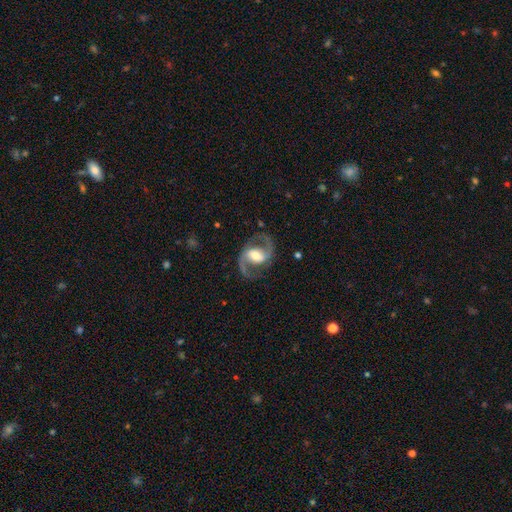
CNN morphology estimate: Smooth or featured? Predicted: featured or disk (p=0.91). Edge-on disk? Predicted: no (p=0.98). Bar? Predicted: weak (p=0.43). Spiral arms? Predicted: yes (p=0.97). Spiral winding? Predicted: medium (p=0.60). Spiral arm count? Predicted: 2 (p=0.94). Bulge size? Predicted: moderate (p=0.62). Merging? Predicted: none (p=0.83).